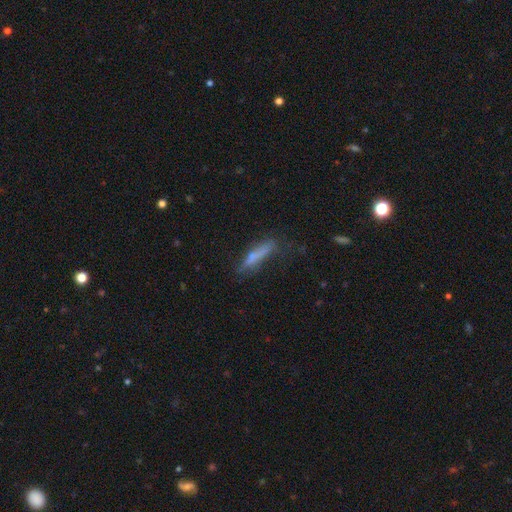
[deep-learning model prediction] This is possibly a smooth galaxy (56%). How rounded: clearly cigar-shaped (85%). Merging: possibly none (57%).